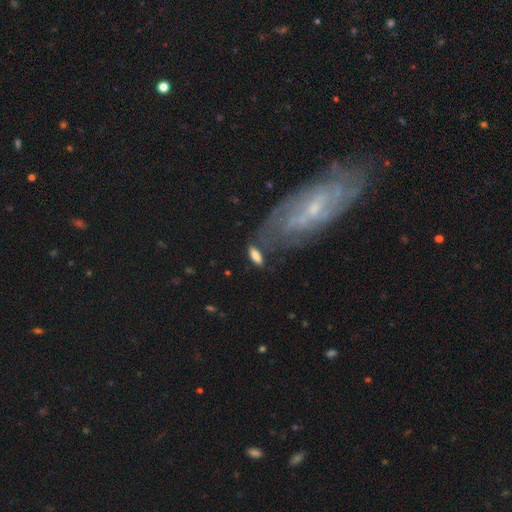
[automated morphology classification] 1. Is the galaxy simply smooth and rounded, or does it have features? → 80% smooth, 13% featured or disk, 7% star or artifact.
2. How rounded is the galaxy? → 74% in between, 23% cigar-shaped, 4% round.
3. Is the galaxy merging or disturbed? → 67% none, 17% minor disturbance, 8% merger, 8% major disturbance.